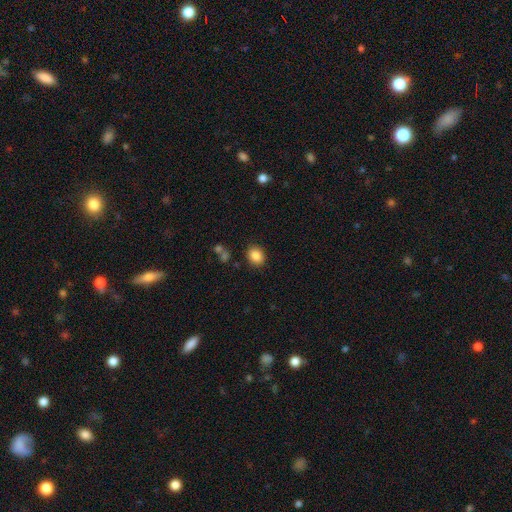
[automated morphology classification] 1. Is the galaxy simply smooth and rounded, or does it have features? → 86% smooth, 9% star or artifact, 4% featured or disk.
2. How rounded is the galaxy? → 53% in between, 46% round, 1% cigar-shaped.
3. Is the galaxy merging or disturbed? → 86% none, 9% minor disturbance, 3% major disturbance, 2% merger.